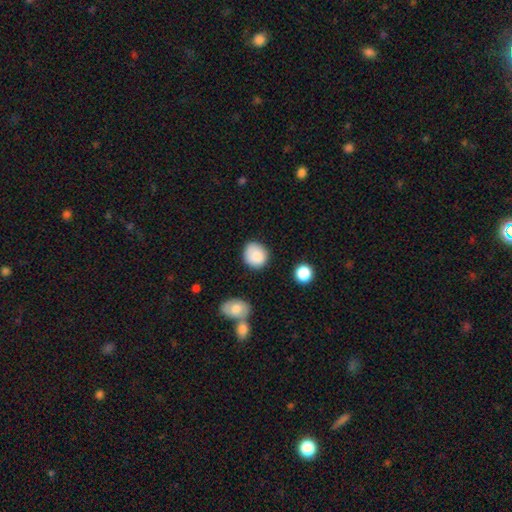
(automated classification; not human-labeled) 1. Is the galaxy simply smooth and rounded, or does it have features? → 86% smooth, 8% star or artifact, 6% featured or disk.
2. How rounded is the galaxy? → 80% round, 20% in between, 1% cigar-shaped.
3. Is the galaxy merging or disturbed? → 77% none, 16% minor disturbance, 4% major disturbance, 3% merger.